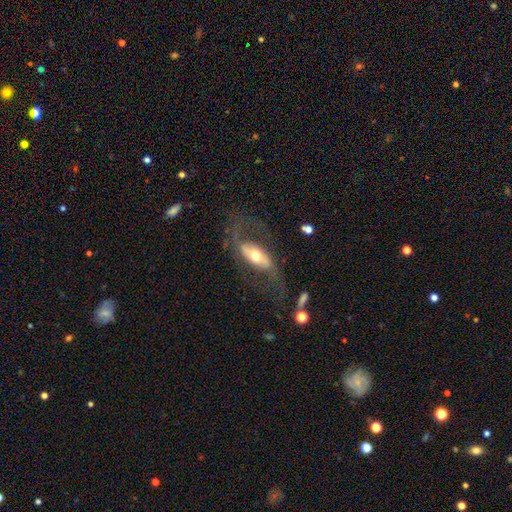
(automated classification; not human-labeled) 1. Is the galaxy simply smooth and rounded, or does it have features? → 71% featured or disk, 24% smooth, 6% star or artifact.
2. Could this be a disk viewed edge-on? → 86% no, 14% yes.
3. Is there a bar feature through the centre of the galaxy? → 37% strong, 34% no, 29% weak.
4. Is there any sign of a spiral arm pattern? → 75% yes, 25% no.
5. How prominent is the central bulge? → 65% moderate, 18% small, 13% large, 2% dominant, 1% none.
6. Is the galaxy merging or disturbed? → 57% none, 23% major disturbance, 17% minor disturbance, 3% merger.